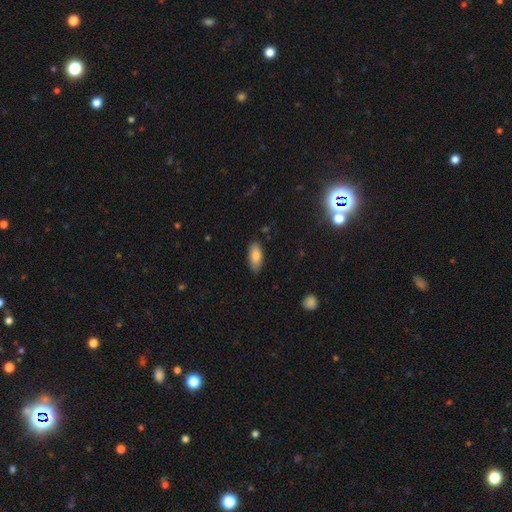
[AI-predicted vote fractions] Smooth or featured? Predicted: smooth (p=0.82). How rounded? Predicted: in between (p=0.85). Merging? Predicted: none (p=0.84).